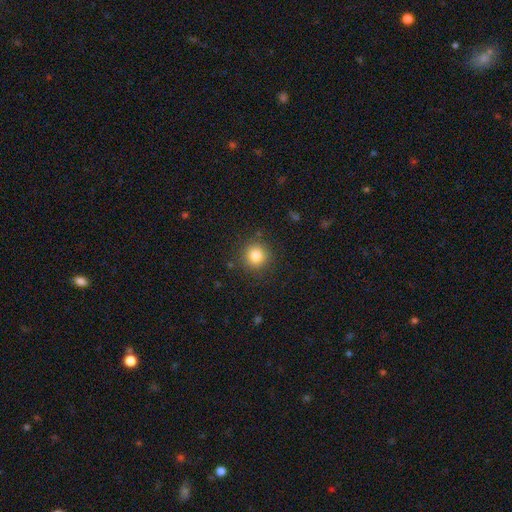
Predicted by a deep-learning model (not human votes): smooth-or-featured: smooth: 82% | star or artifact: 12% | featured or disk: 6%
  how-rounded: round: 93% | in between: 6% | cigar-shaped: 1%
  merging: none: 88% | minor disturbance: 8% | major disturbance: 3% | merger: 1%